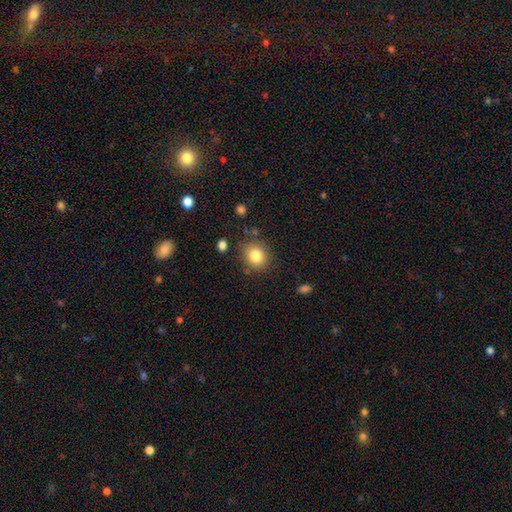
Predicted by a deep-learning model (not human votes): Smooth or featured? Predicted: smooth (p=0.82). How rounded? Predicted: round (p=0.73). Merging? Predicted: none (p=0.81).